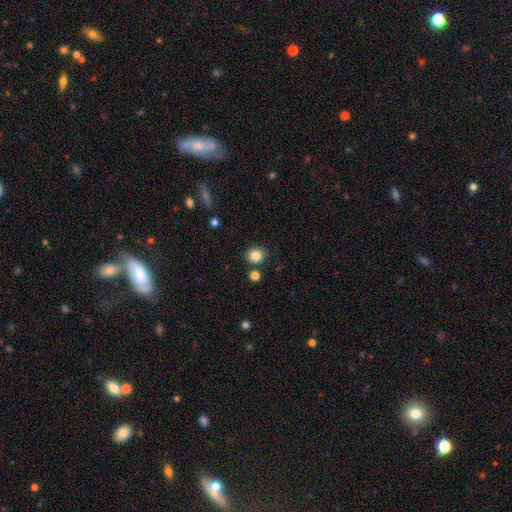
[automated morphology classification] Smooth or featured? smooth (84%)
How rounded? round (81%)
Merging? none (85%)